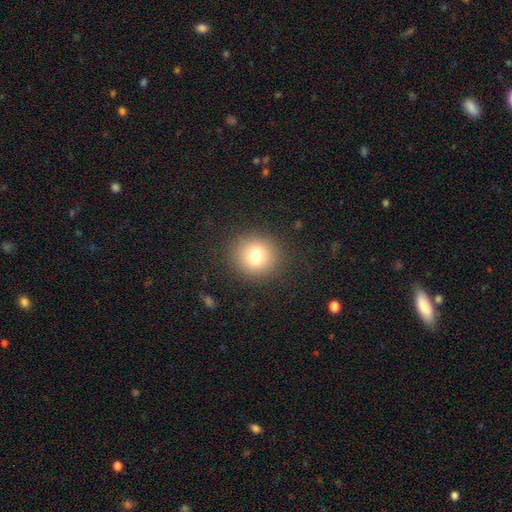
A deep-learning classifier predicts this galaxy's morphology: Smooth or featured? smooth (77%)
How rounded? round (89%)
Merging? none (89%)